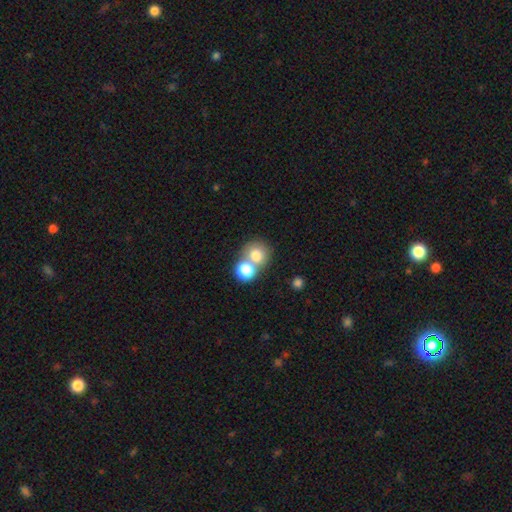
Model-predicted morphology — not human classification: smooth_or_featured: smooth (p=0.77) [alt: featured or disk p=0.13]
how_rounded: round (p=0.81) [alt: in between p=0.18]
merging: merger (p=0.56) [alt: none p=0.35]